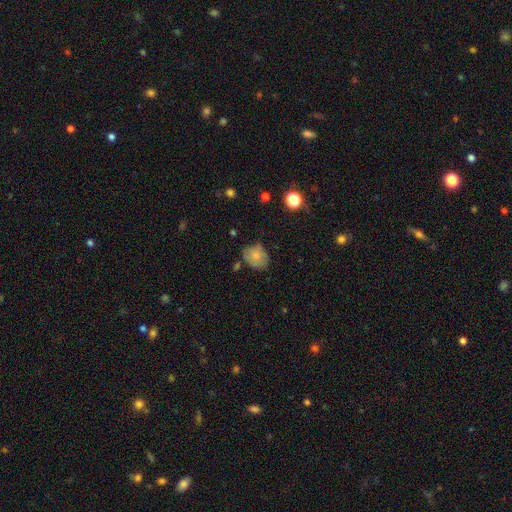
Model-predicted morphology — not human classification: This appears to be a smooth galaxy with no disk features (73%) that is in between round and cigar-shaped (56%). Merging: none (63%).